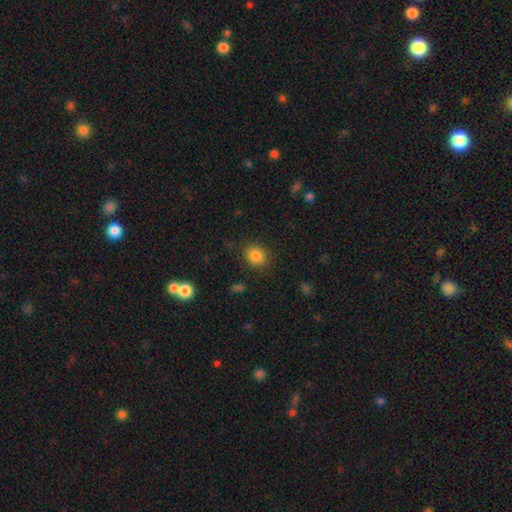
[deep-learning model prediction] The model was most divided on "how rounded": round: 72%, in between: 27%, cigar-shaped: 1%. More confident: smooth or featured — smooth (85%); merging — none (84%).